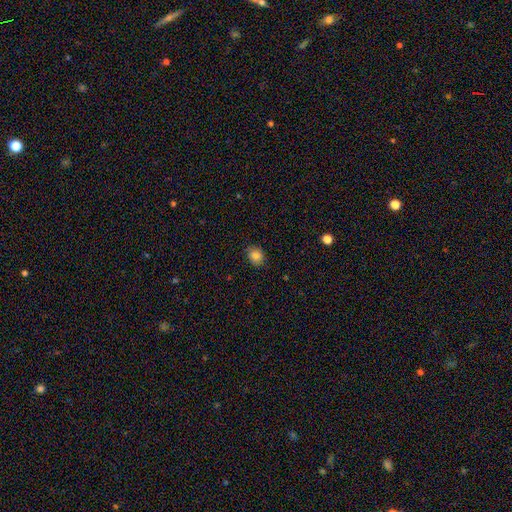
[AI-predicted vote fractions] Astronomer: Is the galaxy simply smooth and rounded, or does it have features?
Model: smooth — 84%.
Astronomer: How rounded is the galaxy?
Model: round — 59% (runner-up: in between, 41%).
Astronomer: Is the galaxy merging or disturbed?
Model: none — 86%.